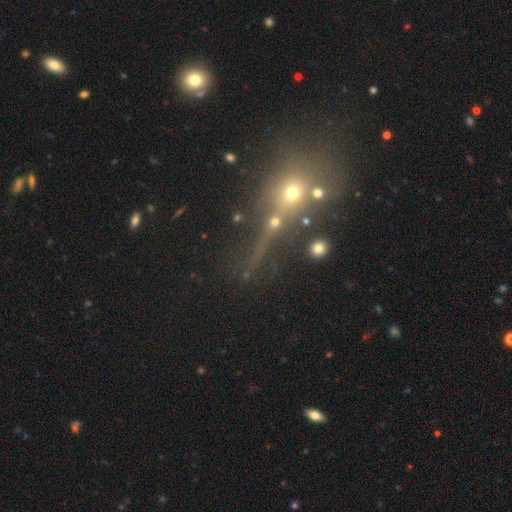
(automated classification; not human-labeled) smooth_or_featured: star or artifact (p=0.47) [alt: smooth p=0.29]